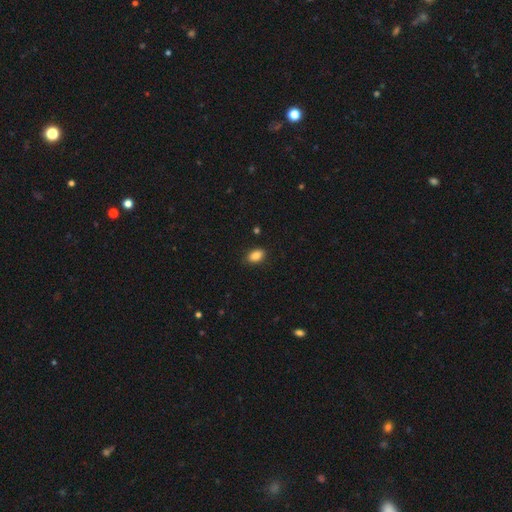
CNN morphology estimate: type=smooth (87%); roundness=in between (87%); merging=none (86%).